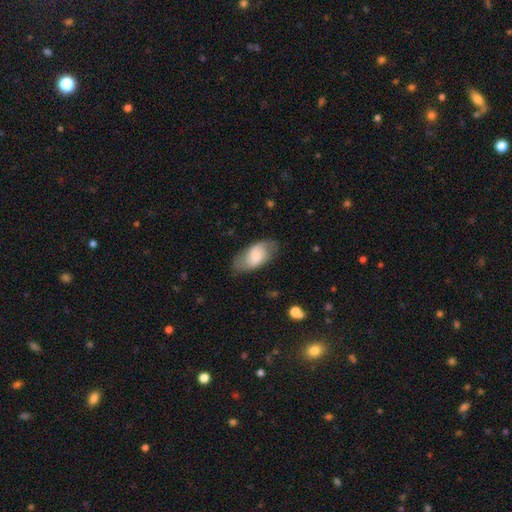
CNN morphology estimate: The model was most divided on "smooth or featured": smooth: 57%, featured or disk: 37%, star or artifact: 7%. More confident: how rounded — in between (92%); merging — none (71%).